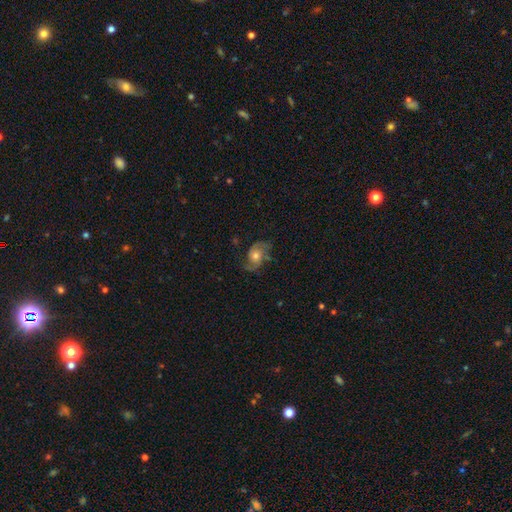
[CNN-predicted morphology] smooth_or_featured: featured or disk (p=0.68) [alt: smooth p=0.24]
disk_edge_on: no (p=0.96) [alt: yes p=0.04]
bar: no (p=0.77) [alt: weak p=0.19]
has_spiral_arms: yes (p=0.89) [alt: no p=0.11]
spiral_winding: loose (p=0.42) [alt: medium p=0.40]
spiral_arm_count: 2 (p=0.74) [alt: can't tell p=0.10]
bulge_size: moderate (p=0.58) [alt: small p=0.34]
merging: none (p=0.61) [alt: minor disturbance p=0.23]